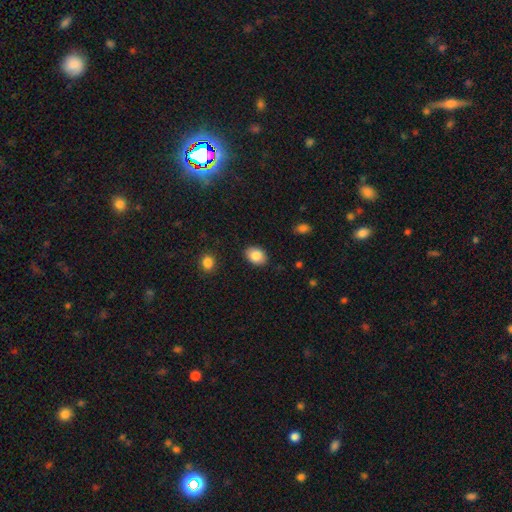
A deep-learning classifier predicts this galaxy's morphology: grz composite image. It shows a smooth galaxy with no disk features (86%) that is in between round and cigar-shaped (78%). Merging: none (88%).